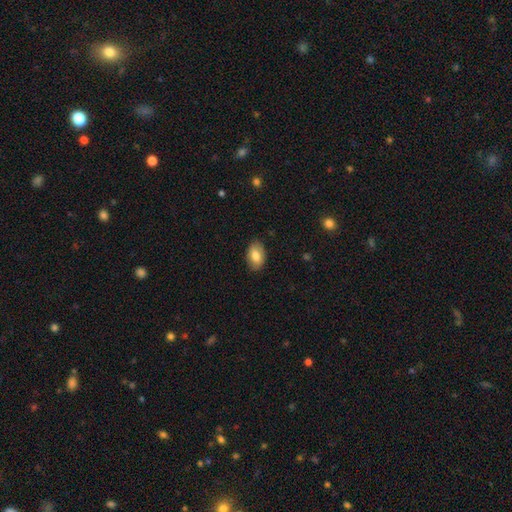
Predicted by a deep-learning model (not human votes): Morphology: type=smooth (80%); roundness=in between (90%); merging=none (86%).